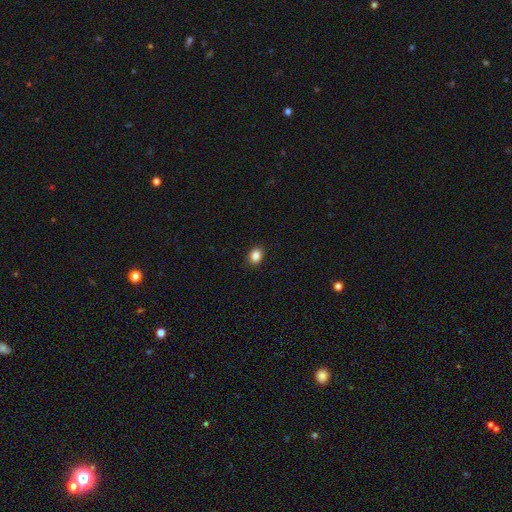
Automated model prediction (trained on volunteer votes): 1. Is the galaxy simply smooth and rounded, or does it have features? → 87% smooth, 10% star or artifact, 4% featured or disk.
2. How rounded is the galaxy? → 60% in between, 39% round, 1% cigar-shaped.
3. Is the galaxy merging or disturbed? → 90% none, 7% minor disturbance, 2% major disturbance, 1% merger.